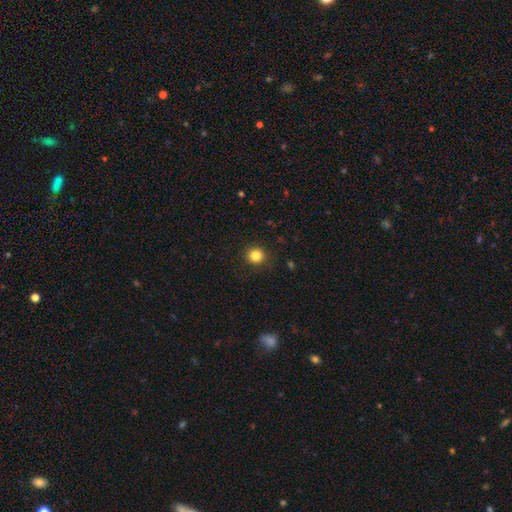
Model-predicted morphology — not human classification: type=smooth (83%); roundness=round (92%); merging=none (91%).